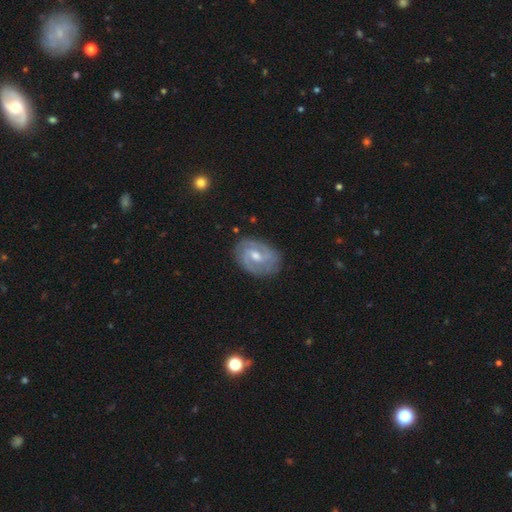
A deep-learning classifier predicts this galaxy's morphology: Smooth or featured? featured or disk (81%)
Edge-on disk? no (97%)
Bar? weak (55%)
Spiral arms? yes (93%)
Spiral winding? tight (49%)
Spiral arm count? 2 (70%)
Bulge size? moderate (64%)
Merging? none (80%)